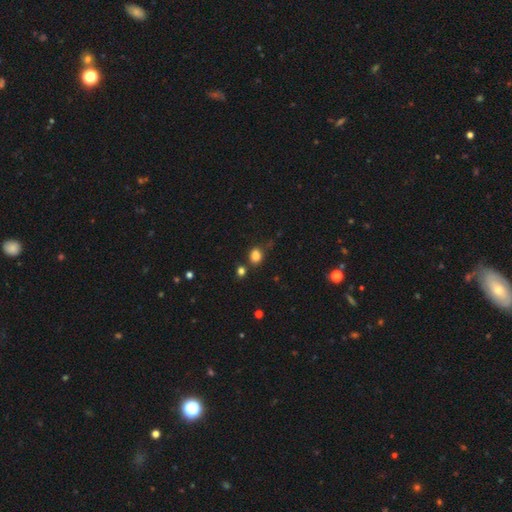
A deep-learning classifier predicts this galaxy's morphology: The model was most divided on "how rounded": in between: 50%, round: 49%, cigar-shaped: 1%. More confident: smooth or featured — smooth (82%); merging — none (64%).